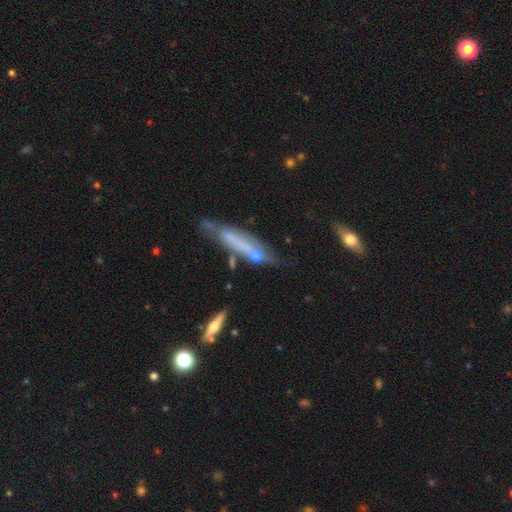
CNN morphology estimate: Smooth or featured?
  - smooth: 47% *
  - featured or disk: 43%
  - star or artifact: 10%
Merging?
  - none: 44% *
  - minor disturbance: 21%
  - merger: 20%
  - major disturbance: 14%